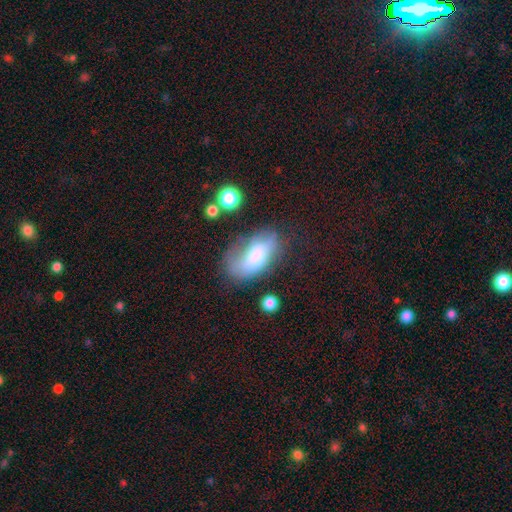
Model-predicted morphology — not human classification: Q: Smooth or featured?
A: smooth (63%); runner-up: featured or disk (27%)
Q: How rounded?
A: in between (91%); runner-up: cigar-shaped (5%)
Q: Merging?
A: none (43%); runner-up: minor disturbance (30%)